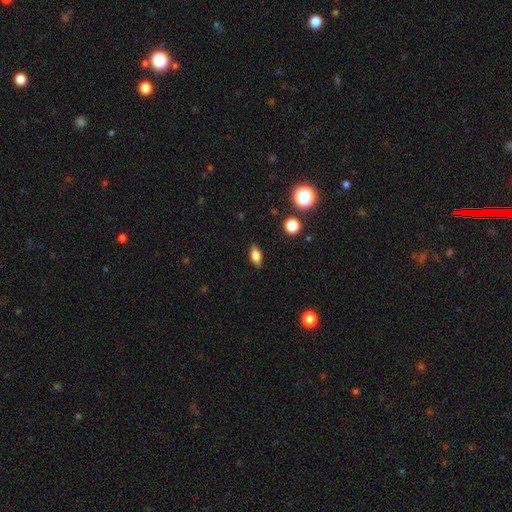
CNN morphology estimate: smooth-or-featured: smooth: 71% | featured or disk: 19% | star or artifact: 10%
  how-rounded: in between: 77% | cigar-shaped: 16% | round: 7%
  merging: none: 87% | minor disturbance: 10% | major disturbance: 2% | merger: 1%